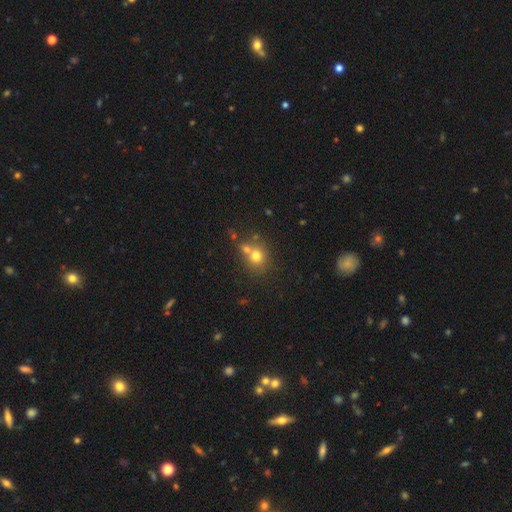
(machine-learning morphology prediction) smooth_or_featured: smooth (p=0.69) [alt: star or artifact p=0.17]
how_rounded: round (p=0.80) [alt: in between p=0.19]
merging: none (p=0.52) [alt: merger p=0.35]